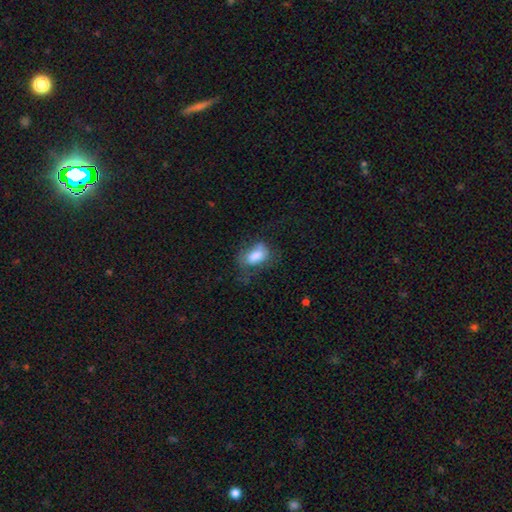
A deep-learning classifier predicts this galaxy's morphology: A smooth galaxy with no disk features (74%) that is in between round and cigar-shaped (87%). Merging: none (41%).